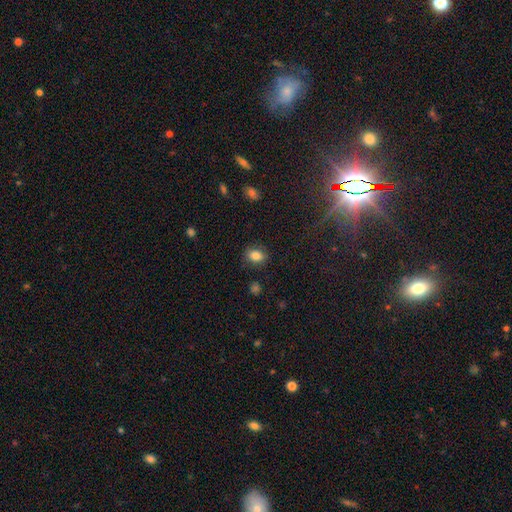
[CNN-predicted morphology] This is clearly a smooth galaxy (84%). How rounded: likely in between (65%). Merging: clearly none (85%).